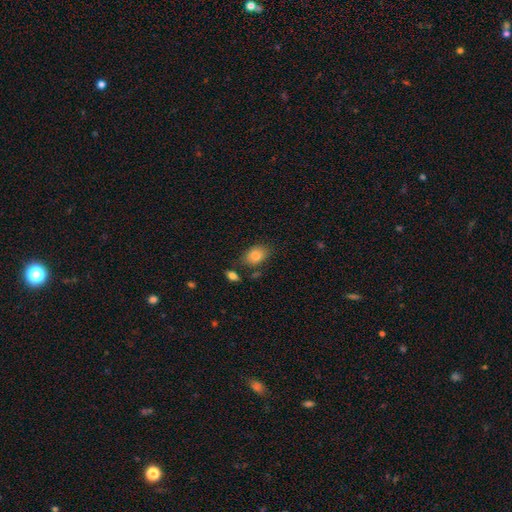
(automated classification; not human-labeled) A smooth galaxy with no disk features (84%) that is in between round and cigar-shaped (81%). Merging: none (72%).